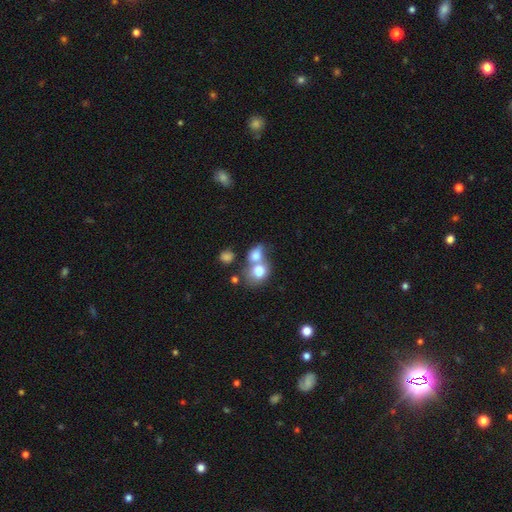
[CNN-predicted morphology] A smooth galaxy with no disk features (74%) that is round (51%). Merging: merger (65%).